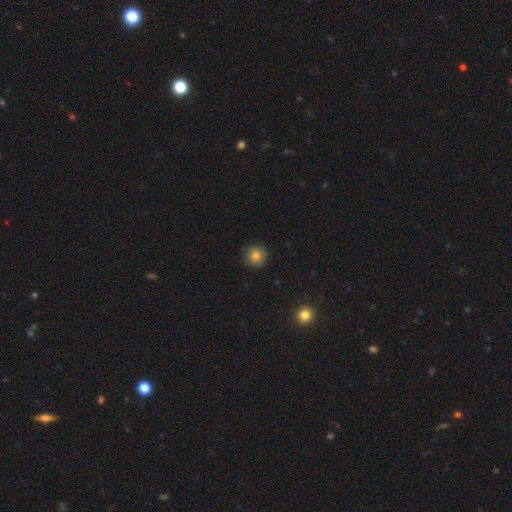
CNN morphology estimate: Smooth or featured: smooth — 82% (star or artifact — 11%)
How rounded: round — 94% (in between — 6%)
Merging: none — 88% (minor disturbance — 8%)